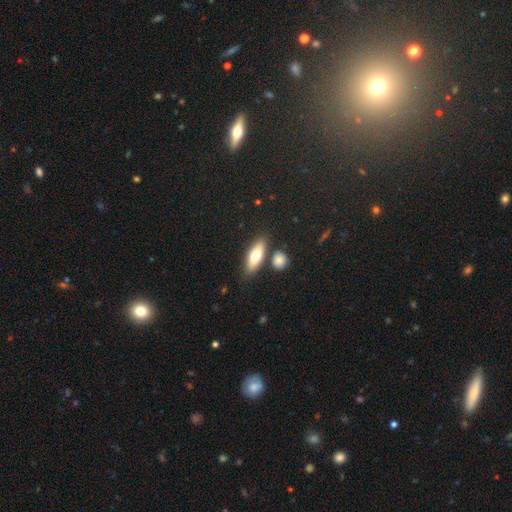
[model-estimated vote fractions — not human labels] Smooth or featured: smooth — 69% (featured or disk — 24%)
How rounded: in between — 63% (cigar-shaped — 33%)
Merging: none — 77% (minor disturbance — 10%)